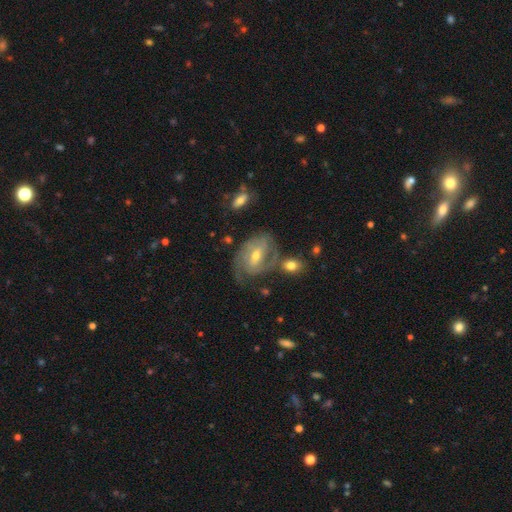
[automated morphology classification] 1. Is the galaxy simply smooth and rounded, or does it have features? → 83% featured or disk, 11% smooth, 6% star or artifact.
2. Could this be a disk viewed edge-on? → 96% no, 4% yes.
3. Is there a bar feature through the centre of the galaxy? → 48% weak, 27% strong, 26% no.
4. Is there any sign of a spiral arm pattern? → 93% yes, 7% no.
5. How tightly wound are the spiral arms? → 52% tight, 36% medium, 12% loose.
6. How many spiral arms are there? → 54% 2, 21% can't tell, 13% 3, 7% 1, 3% 4, 3% more than 4.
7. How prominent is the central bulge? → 51% moderate, 45% small, 2% large, 1% none, 1% dominant.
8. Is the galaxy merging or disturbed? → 58% none, 20% minor disturbance, 13% major disturbance, 9% merger.